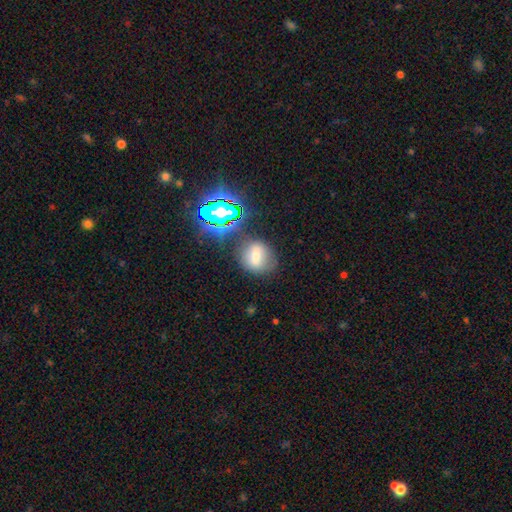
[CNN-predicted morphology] Q: Smooth or featured?
A: smooth (54%); runner-up: featured or disk (26%)
Q: How rounded?
A: round (68%); runner-up: in between (30%)
Q: Merging?
A: none (74%); runner-up: minor disturbance (14%)